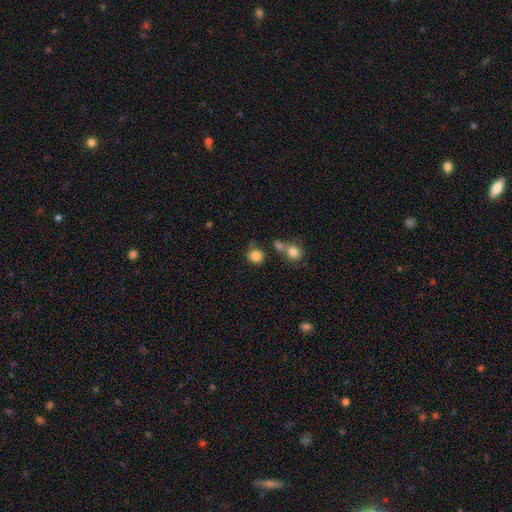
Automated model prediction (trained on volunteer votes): Smooth or featured? smooth (84%)
How rounded? round (87%)
Merging? none (66%)